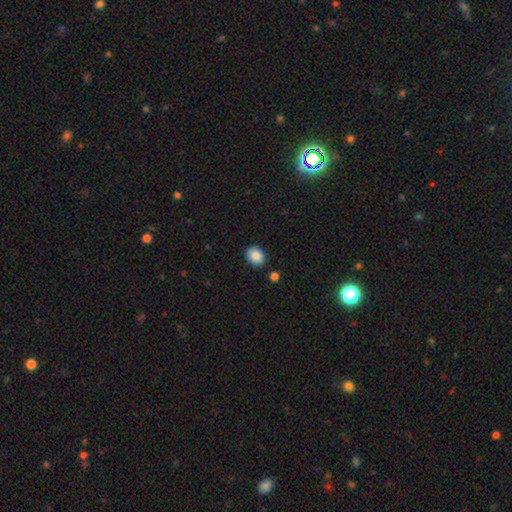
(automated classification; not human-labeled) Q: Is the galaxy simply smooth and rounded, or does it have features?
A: smooth — 88%.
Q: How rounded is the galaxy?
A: in between — 53%.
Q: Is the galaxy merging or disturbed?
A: none — 85%.